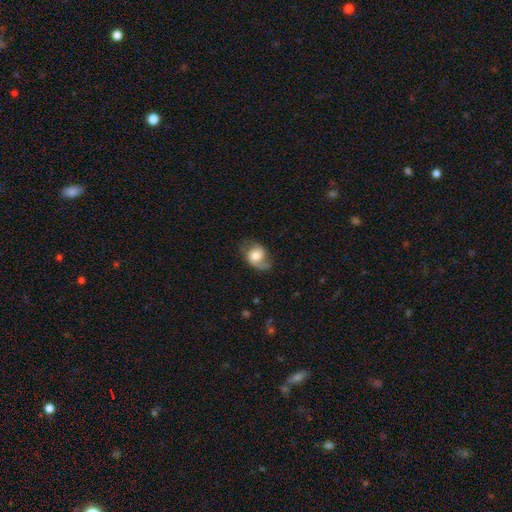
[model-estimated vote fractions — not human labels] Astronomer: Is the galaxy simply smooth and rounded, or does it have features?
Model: smooth — 47% (runner-up: featured or disk, 45%).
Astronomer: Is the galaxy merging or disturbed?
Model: none — 51% (runner-up: minor disturbance, 27%).